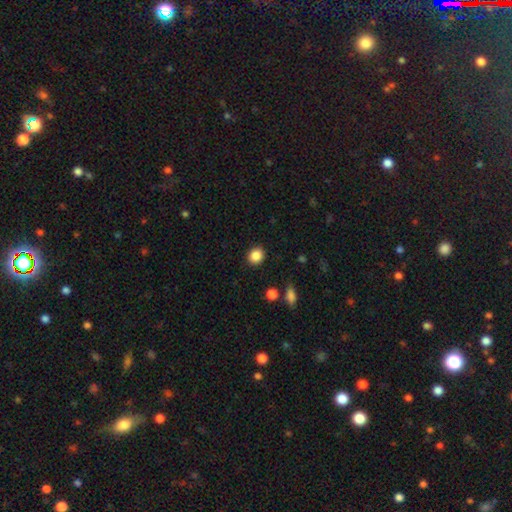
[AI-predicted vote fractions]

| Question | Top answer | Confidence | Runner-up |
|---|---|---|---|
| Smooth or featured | smooth | 87% | star or artifact (10%) |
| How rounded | round | 78% | in between (21%) |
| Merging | none | 90% | minor disturbance (7%) |